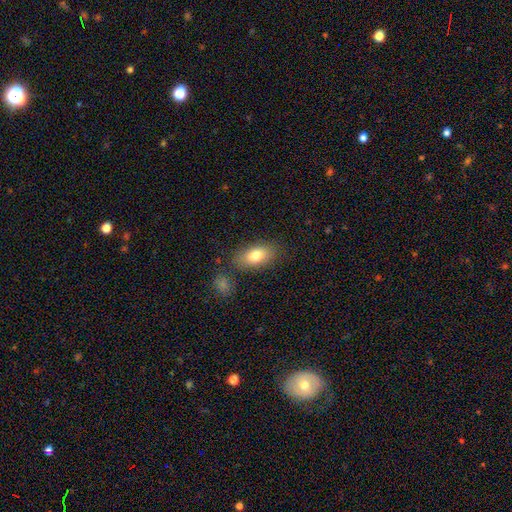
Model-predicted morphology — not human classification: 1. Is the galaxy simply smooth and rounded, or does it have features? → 79% smooth, 14% featured or disk, 8% star or artifact.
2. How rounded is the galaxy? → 88% in between, 7% round, 5% cigar-shaped.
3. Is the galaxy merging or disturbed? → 79% none, 13% minor disturbance, 5% merger, 4% major disturbance.